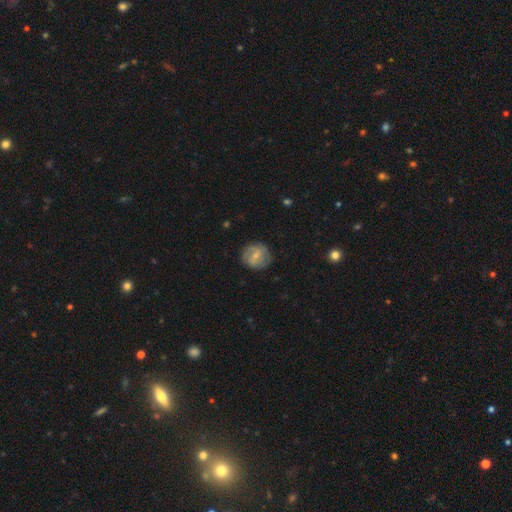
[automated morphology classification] smooth 51%, featured or disk 42%, star or artifact 7%. Down the decision tree: how rounded — round (82%); merging — none (79%).